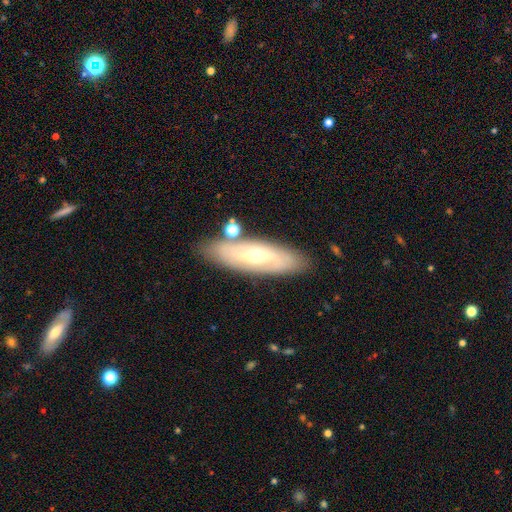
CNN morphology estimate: type=featured or disk (66%); edge-on=no (74%); merging=none (79%).